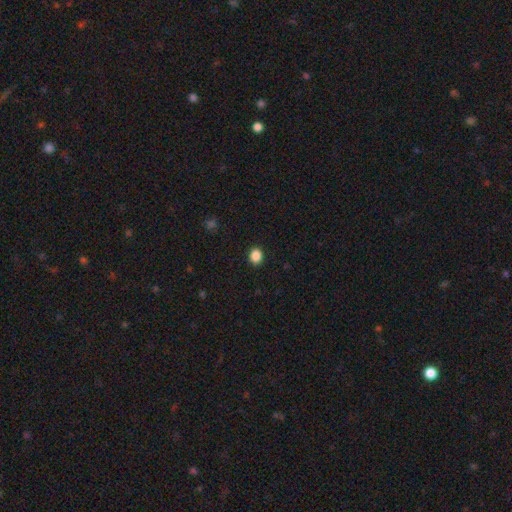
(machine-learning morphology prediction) Smooth or featured? Predicted: smooth (p=0.87). How rounded? Predicted: round (p=0.65). Merging? Predicted: none (p=0.91).